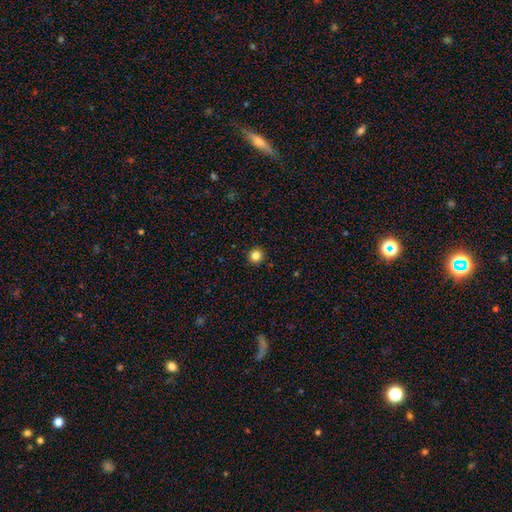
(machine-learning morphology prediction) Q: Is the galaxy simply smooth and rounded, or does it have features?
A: smooth — 83%.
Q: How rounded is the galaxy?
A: round — 96%.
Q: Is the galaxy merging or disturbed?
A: none — 93%.